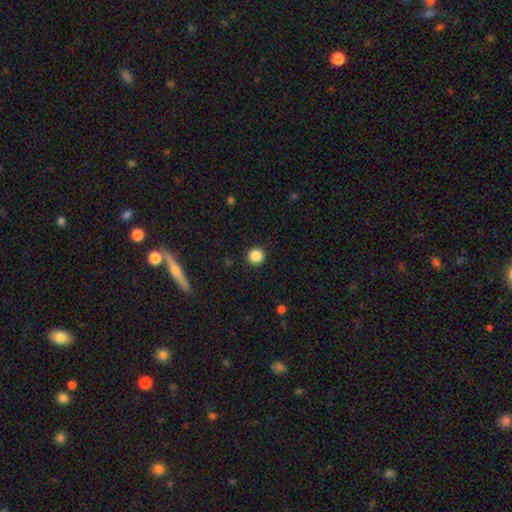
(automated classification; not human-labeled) smooth 87%, star or artifact 10%, featured or disk 3%. Down the decision tree: how rounded — round (95%); merging — none (92%).